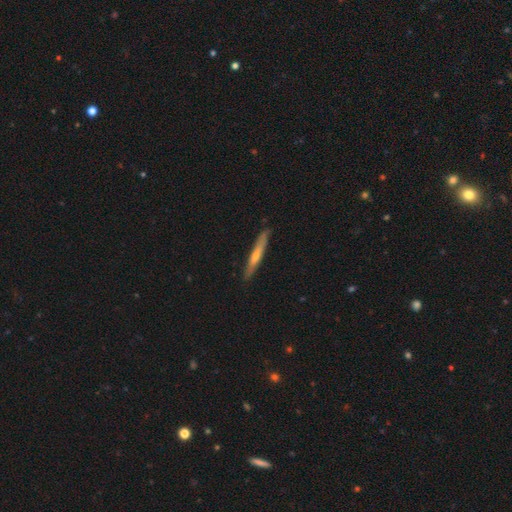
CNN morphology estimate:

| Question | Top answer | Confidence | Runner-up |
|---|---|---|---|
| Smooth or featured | featured or disk | 51% | smooth (43%) |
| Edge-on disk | yes | 93% | no (7%) |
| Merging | none | 88% | minor disturbance (10%) |